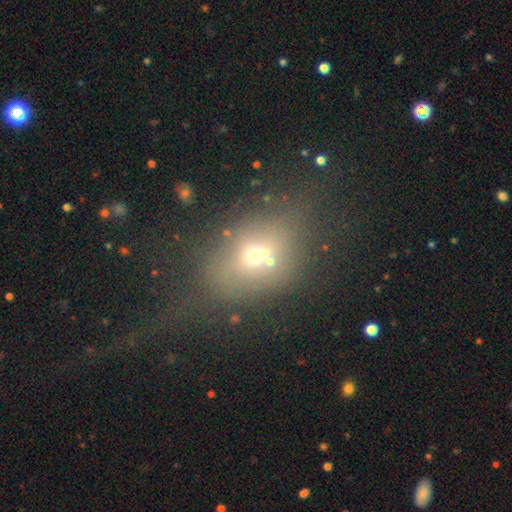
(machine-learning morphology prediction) This appears to be a smooth galaxy with no disk features (53%) that is in between round and cigar-shaped (57%). Merging: none (41%).